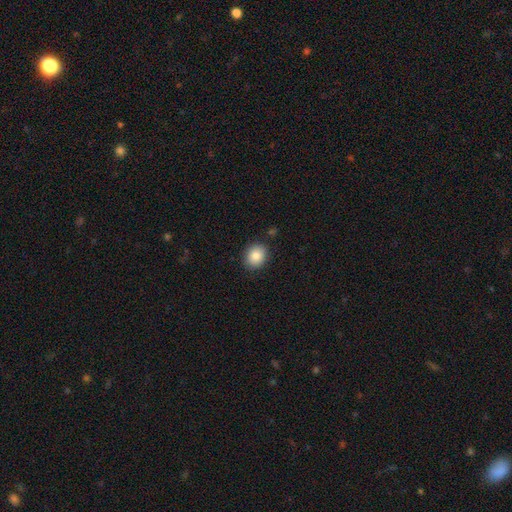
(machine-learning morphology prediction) Smooth or featured? smooth (86%)
How rounded? round (63%)
Merging? none (88%)